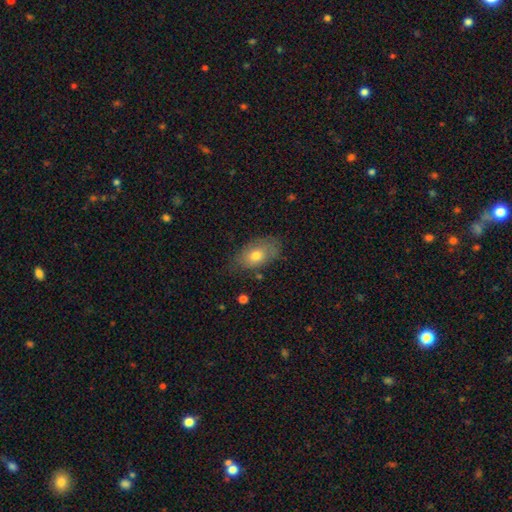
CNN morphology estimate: smooth_or_featured: smooth (p=0.72) [alt: featured or disk p=0.20]
how_rounded: in between (p=0.89) [alt: round p=0.09]
merging: none (p=0.67) [alt: minor disturbance p=0.24]